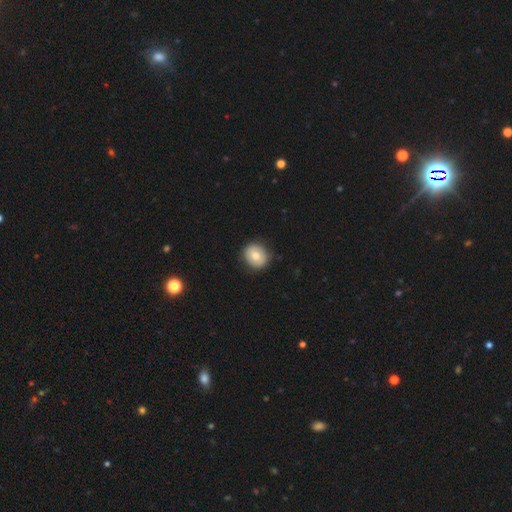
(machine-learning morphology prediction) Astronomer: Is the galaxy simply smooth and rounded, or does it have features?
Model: smooth — 75%.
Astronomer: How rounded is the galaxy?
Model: round — 80%.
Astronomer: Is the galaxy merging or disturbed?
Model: none — 86%.